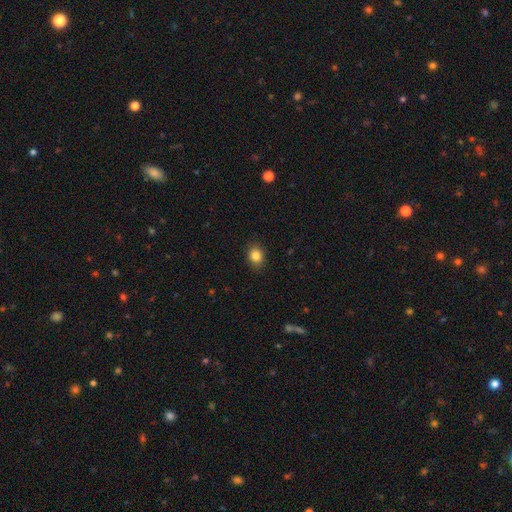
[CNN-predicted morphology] Smooth or featured?
  - smooth: 84% *
  - star or artifact: 10%
  - featured or disk: 6%
How rounded?
  - round: 52% *
  - in between: 47%
  - cigar-shaped: 1%
Merging?
  - none: 88% *
  - minor disturbance: 9%
  - major disturbance: 2%
  - merger: 1%